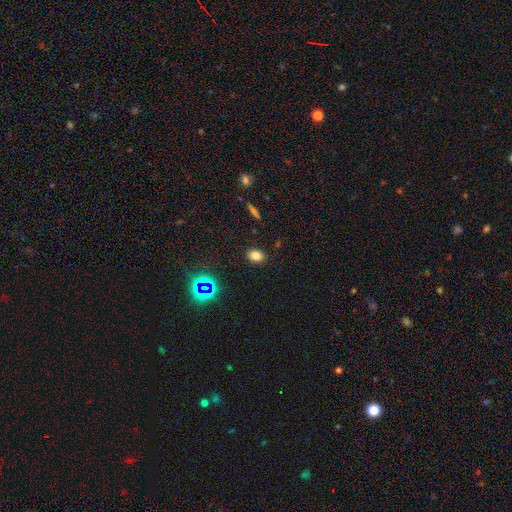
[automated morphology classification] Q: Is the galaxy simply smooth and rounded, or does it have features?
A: smooth — 74%.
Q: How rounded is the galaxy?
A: in between — 71%.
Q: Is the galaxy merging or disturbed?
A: none — 87%.